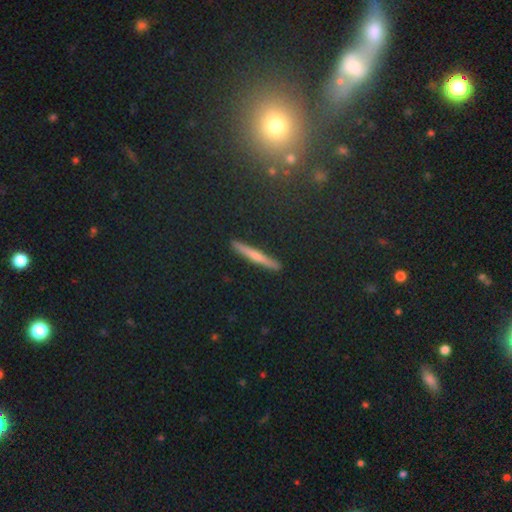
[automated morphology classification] Overall: smooth (49%; featured or disk 36%). Merging: none (91%).